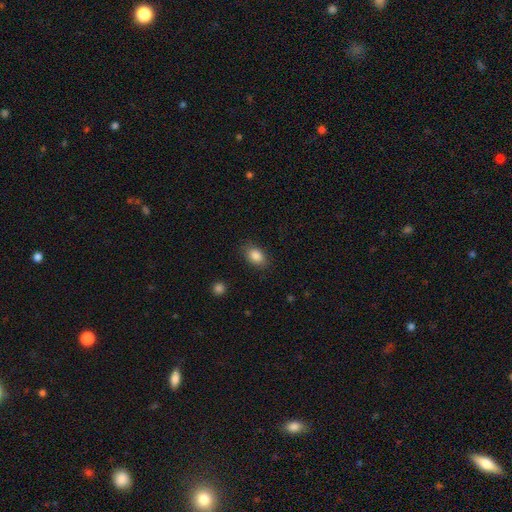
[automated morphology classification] Overall: smooth (87%). How rounded: in between (79%). Merging: none (82%).